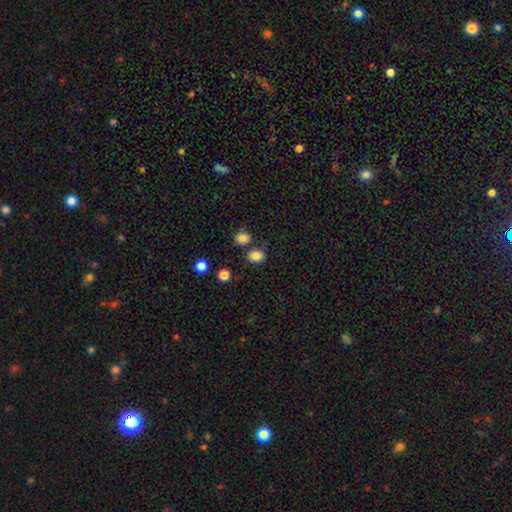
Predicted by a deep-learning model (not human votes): smooth-or-featured: smooth: 84% | star or artifact: 12% | featured or disk: 4%
  how-rounded: in between: 57% | round: 42% | cigar-shaped: 1%
  merging: none: 73% | merger: 12% | minor disturbance: 12% | major disturbance: 4%